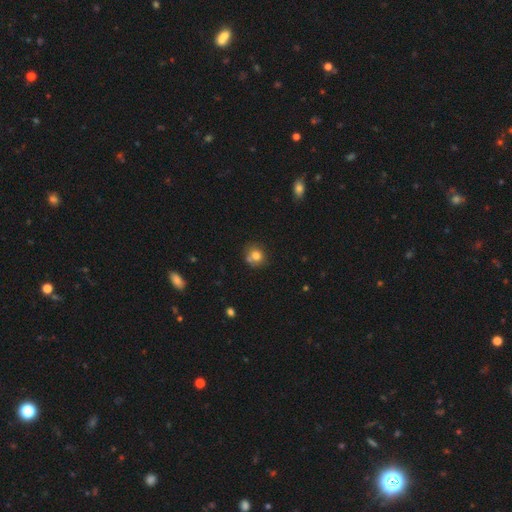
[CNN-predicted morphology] A smooth galaxy with no disk features (77%) that is round (83%).

Vote fractions:
- Smooth or featured? smooth: 77% / featured or disk: 12% / star or artifact: 11%
- How rounded? round: 83% / in between: 16% / cigar-shaped: 1%
- Merging? none: 64% / merger: 16% / minor disturbance: 16% / major disturbance: 4%